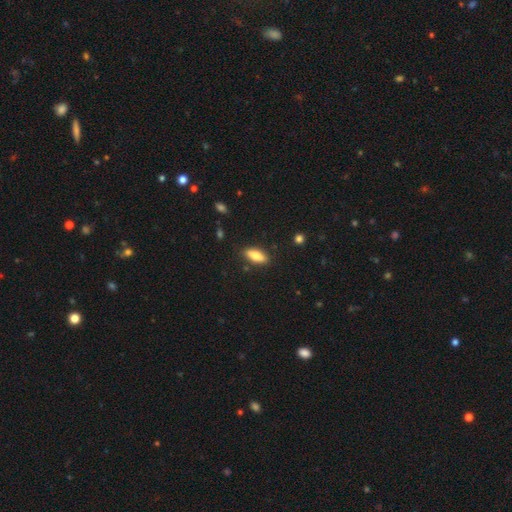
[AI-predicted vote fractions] This appears to be a smooth galaxy with no disk features (78%) that is in between round and cigar-shaped (74%). Merging: none (86%).